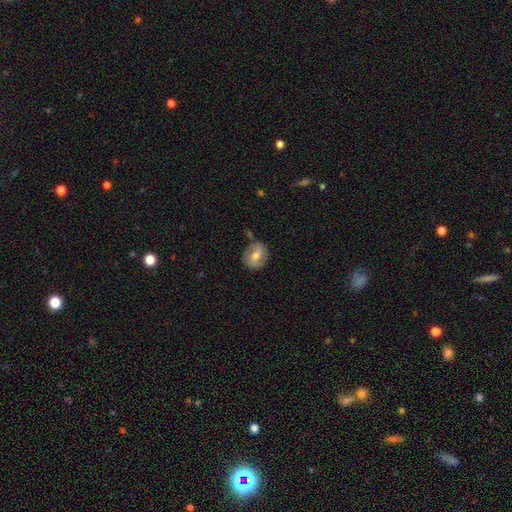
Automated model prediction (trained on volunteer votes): A smooth galaxy with no disk features (57%) that is round (68%). Merging: none (72%).